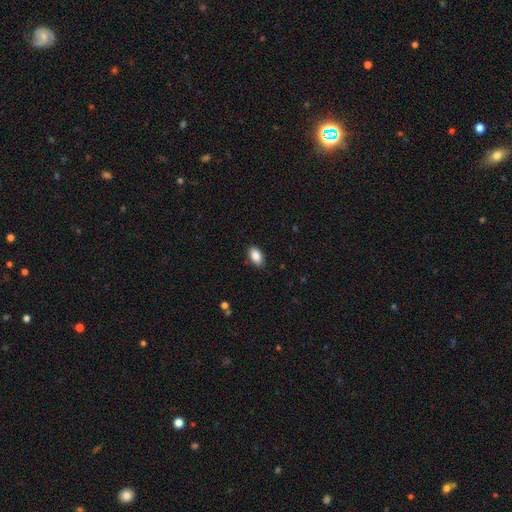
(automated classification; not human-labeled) Smooth or featured?
  - smooth: 89% *
  - star or artifact: 7%
  - featured or disk: 4%
How rounded?
  - in between: 93% *
  - round: 5%
  - cigar-shaped: 2%
Merging?
  - none: 85% *
  - minor disturbance: 12%
  - major disturbance: 2%
  - merger: 1%